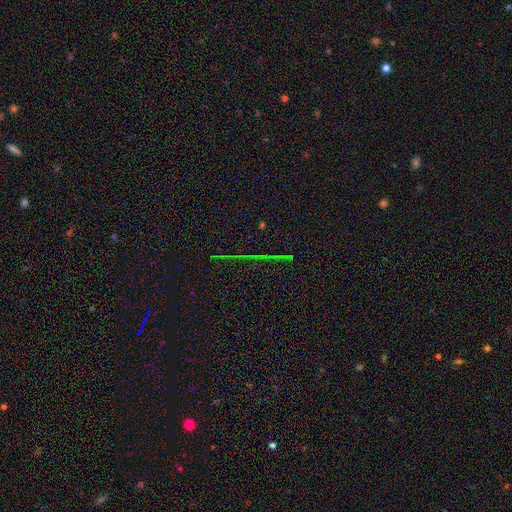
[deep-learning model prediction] Smooth or featured: star or artifact — 79% (featured or disk — 12%)